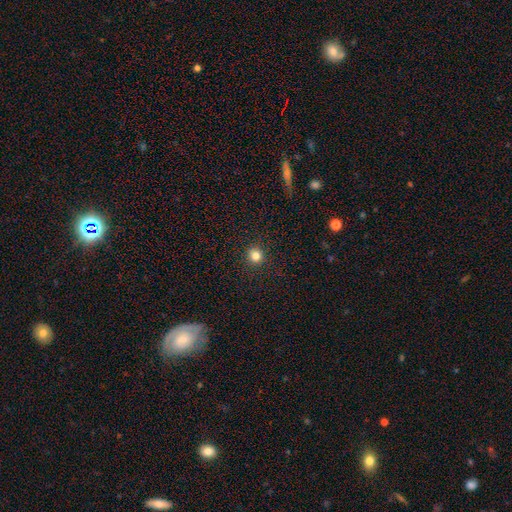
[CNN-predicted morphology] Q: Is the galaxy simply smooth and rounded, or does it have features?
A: smooth — 82%.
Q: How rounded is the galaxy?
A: round — 93%.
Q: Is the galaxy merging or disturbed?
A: none — 92%.